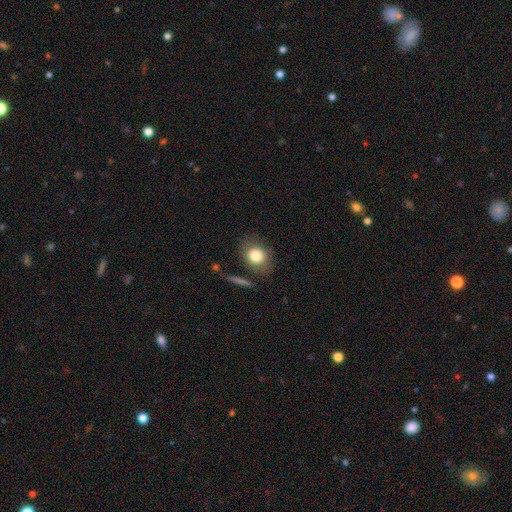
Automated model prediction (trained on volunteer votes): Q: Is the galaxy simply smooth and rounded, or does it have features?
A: smooth — 81%.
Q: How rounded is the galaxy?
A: round — 55%.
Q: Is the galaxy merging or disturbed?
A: none — 77%.